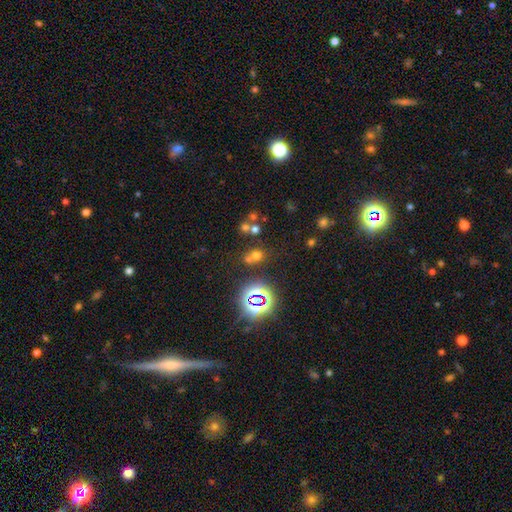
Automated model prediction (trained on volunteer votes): Smooth or featured?
  - smooth: 52% *
  - star or artifact: 36%
  - featured or disk: 12%
How rounded?
  - round: 78% *
  - in between: 21%
  - cigar-shaped: 1%
Merging?
  - none: 56% *
  - merger: 31%
  - minor disturbance: 9%
  - major disturbance: 4%